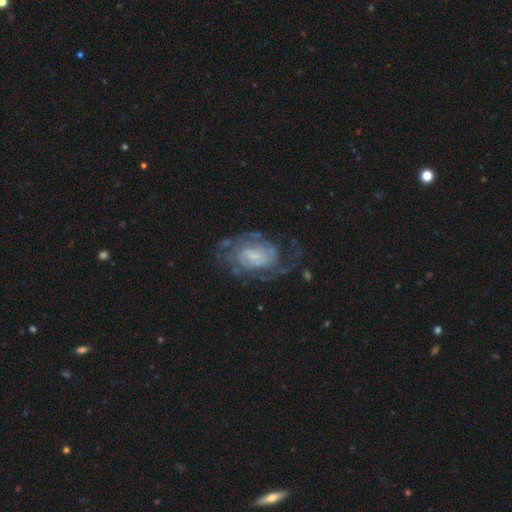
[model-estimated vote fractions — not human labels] Smooth or featured? Predicted: featured or disk (p=0.79). Edge-on disk? Predicted: no (p=0.97). Bar? Predicted: no (p=0.52). Spiral arms? Predicted: yes (p=0.94). Spiral winding? Predicted: tight (p=0.55). Spiral arm count? Predicted: 2 (p=0.42). Bulge size? Predicted: small (p=0.45). Merging? Predicted: none (p=0.72).